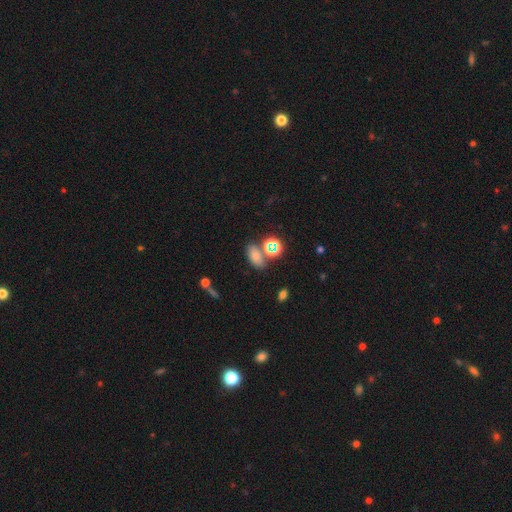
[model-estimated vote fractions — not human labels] Morphology: type=smooth (69%); roundness=in between (82%); merging=none (65%).